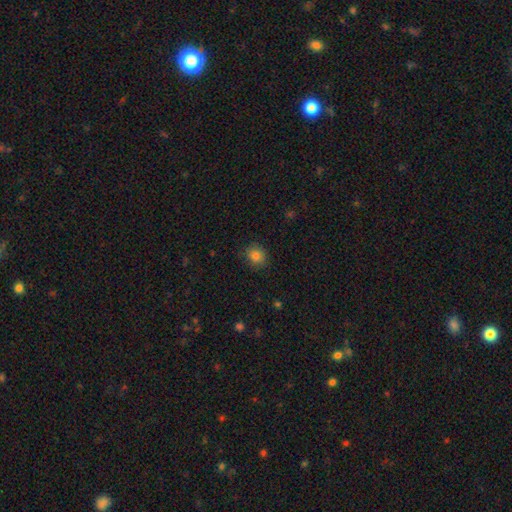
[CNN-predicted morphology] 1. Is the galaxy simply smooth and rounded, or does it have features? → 83% smooth, 11% star or artifact, 5% featured or disk.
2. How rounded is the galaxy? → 79% round, 20% in between, 1% cigar-shaped.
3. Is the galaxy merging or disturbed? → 85% none, 11% minor disturbance, 3% major disturbance, 1% merger.